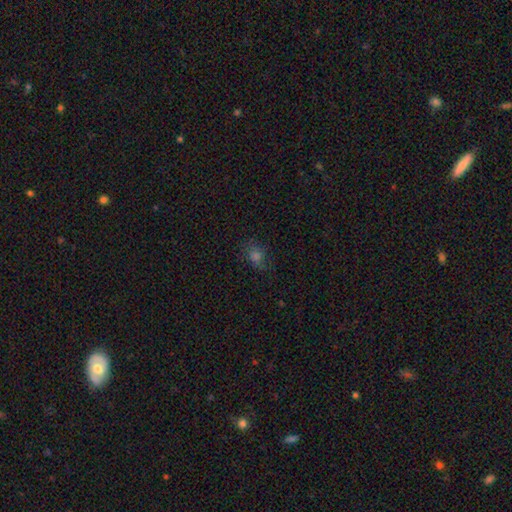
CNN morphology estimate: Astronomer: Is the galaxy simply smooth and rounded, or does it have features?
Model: smooth — 62%.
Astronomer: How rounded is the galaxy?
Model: round — 49%, tied with in between at 49%.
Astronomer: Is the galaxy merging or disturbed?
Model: none — 73%.